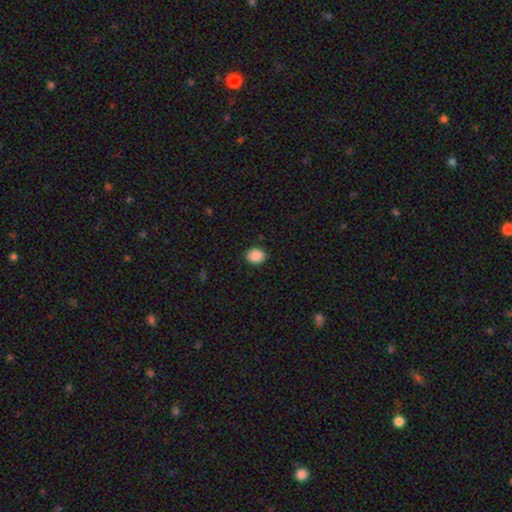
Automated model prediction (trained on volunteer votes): Q: Smooth or featured?
A: smooth (89%); runner-up: star or artifact (8%)
Q: How rounded?
A: round (51%); runner-up: in between (49%)
Q: Merging?
A: none (89%); runner-up: minor disturbance (8%)